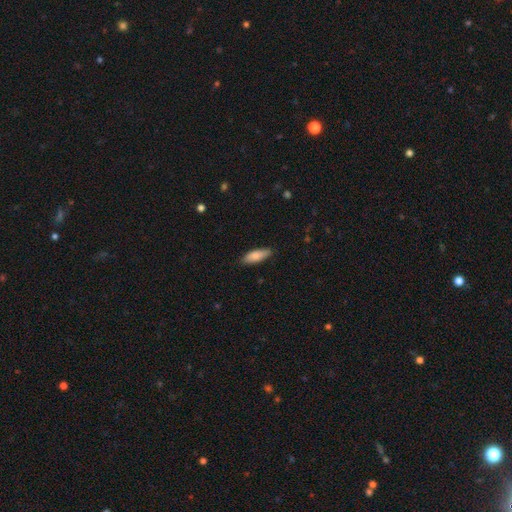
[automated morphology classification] The model was most divided on "how rounded": in between: 62%, cigar-shaped: 37%, round: 2%. More confident: merging — none (85%); smooth or featured — smooth (84%).